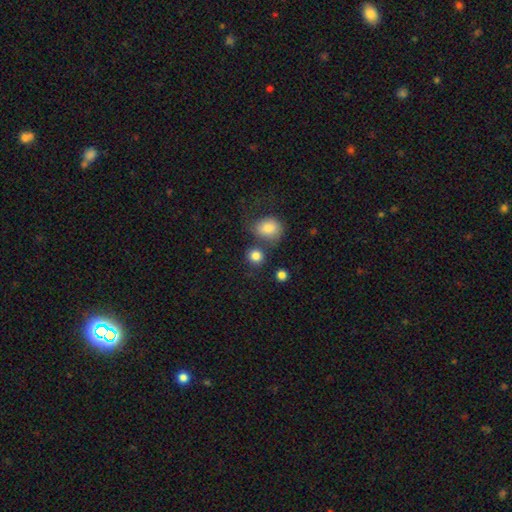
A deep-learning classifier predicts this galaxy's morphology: Smooth or featured? Predicted: smooth (p=0.84). How rounded? Predicted: round (p=0.85). Merging? Predicted: none (p=0.67).